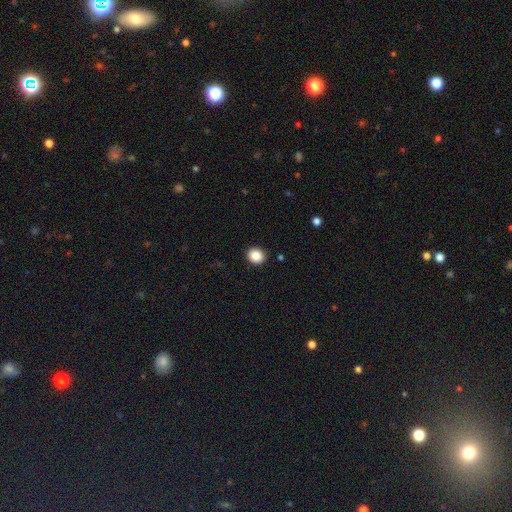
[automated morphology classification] type=smooth (86%); roundness=round (69%); merging=none (91%).